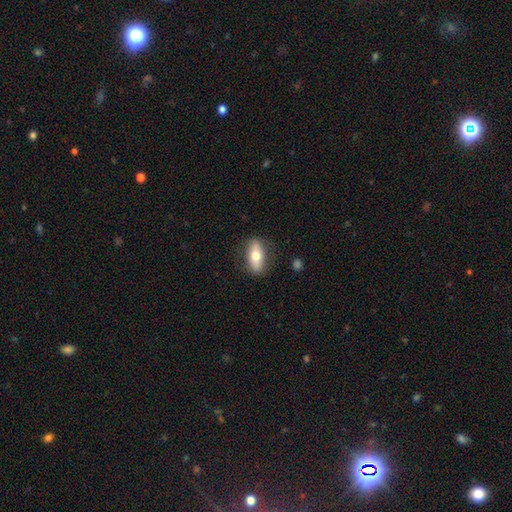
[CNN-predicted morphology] Smooth or featured?
  - smooth: 61% *
  - featured or disk: 33%
  - star or artifact: 6%
How rounded?
  - in between: 77% *
  - cigar-shaped: 17%
  - round: 6%
Merging?
  - none: 82% *
  - minor disturbance: 13%
  - major disturbance: 4%
  - merger: 1%